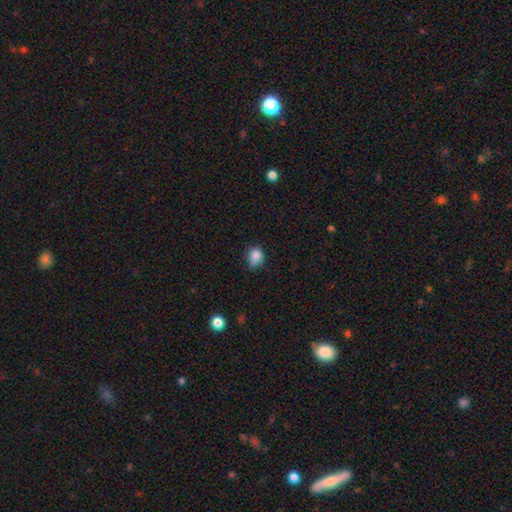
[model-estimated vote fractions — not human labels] This appears to be a smooth galaxy with no disk features (83%) that is round (61%). Merging: none (50%).